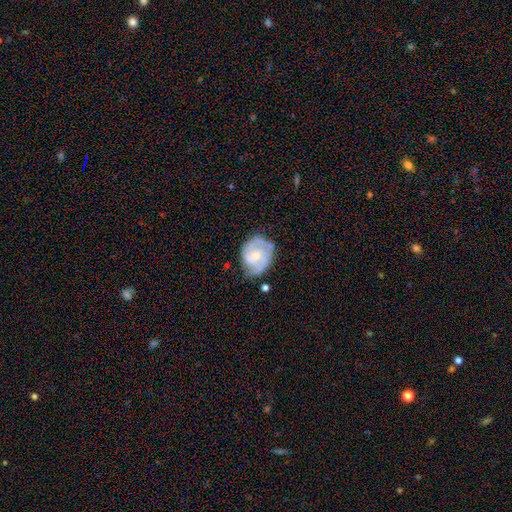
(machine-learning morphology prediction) smooth_or_featured: featured or disk (p=0.79) [alt: smooth p=0.16]
disk_edge_on: no (p=0.98) [alt: yes p=0.02]
bar: no (p=0.63) [alt: weak p=0.31]
has_spiral_arms: yes (p=0.90) [alt: no p=0.10]
spiral_winding: tight (p=0.51) [alt: medium p=0.39]
spiral_arm_count: 2 (p=0.50) [alt: can't tell p=0.22]
bulge_size: small (p=0.50) [alt: moderate p=0.44]
merging: none (p=0.60) [alt: minor disturbance p=0.28]